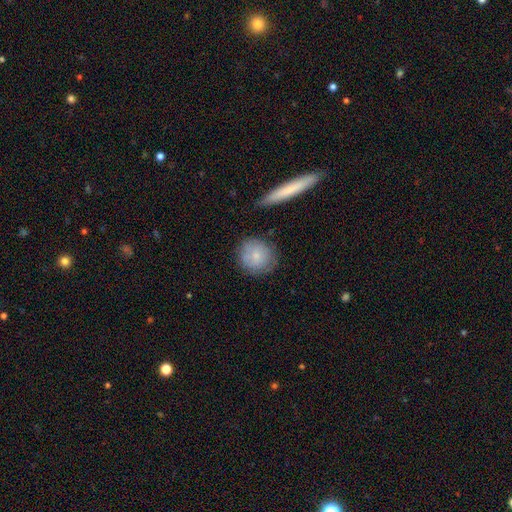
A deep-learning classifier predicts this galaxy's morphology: Smooth or featured: smooth — 77% (featured or disk — 16%)
How rounded: round — 88% (in between — 10%)
Merging: none — 74% (minor disturbance — 17%)